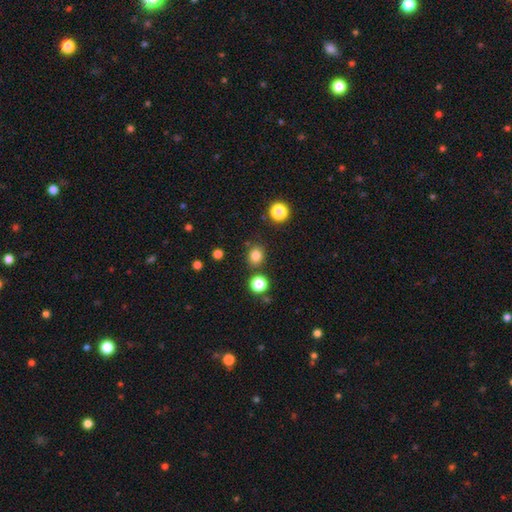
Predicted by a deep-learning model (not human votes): Q: Smooth or featured?
A: smooth (82%); runner-up: star or artifact (14%)
Q: How rounded?
A: round (72%); runner-up: in between (27%)
Q: Merging?
A: none (82%); runner-up: minor disturbance (9%)